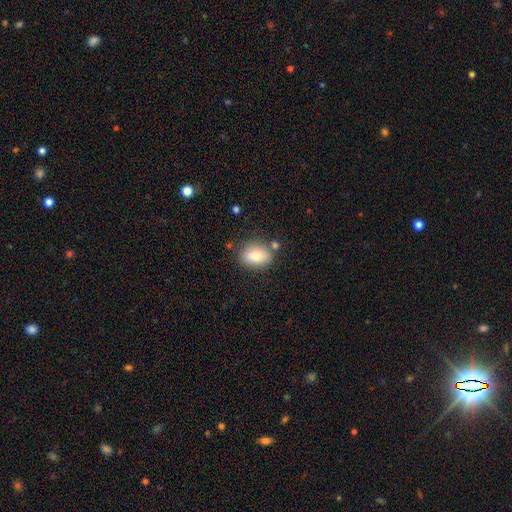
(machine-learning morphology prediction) Smooth or featured: smooth — 78% (featured or disk — 14%)
How rounded: in between — 76% (round — 22%)
Merging: none — 75% (minor disturbance — 15%)